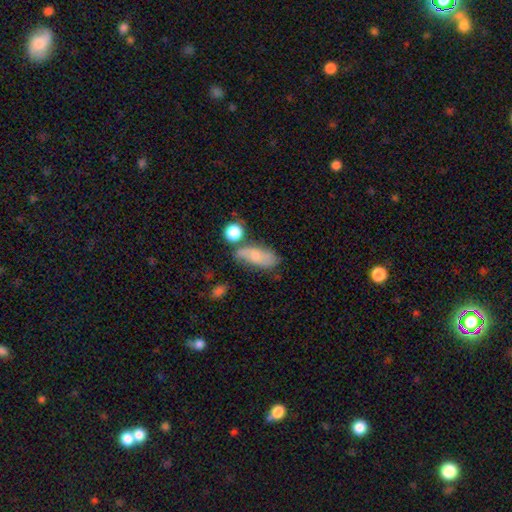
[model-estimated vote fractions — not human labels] smooth 59%, featured or disk 32%, star or artifact 9%. Down the decision tree: how rounded — in between (79%); merging — none (50%).